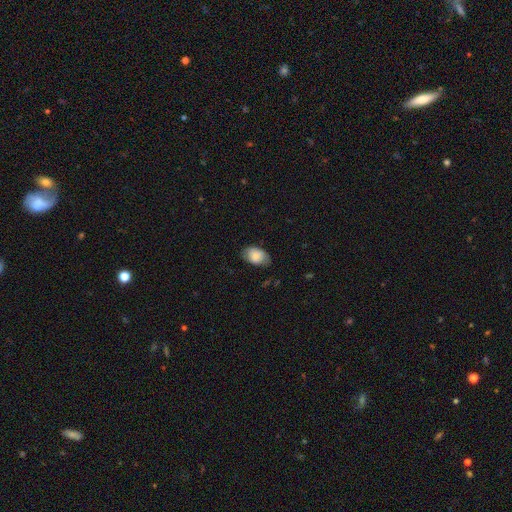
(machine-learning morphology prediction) smooth-or-featured: smooth: 81% | featured or disk: 12% | star or artifact: 7%
  how-rounded: in between: 89% | round: 9% | cigar-shaped: 1%
  merging: none: 70% | minor disturbance: 24% | major disturbance: 5% | merger: 1%